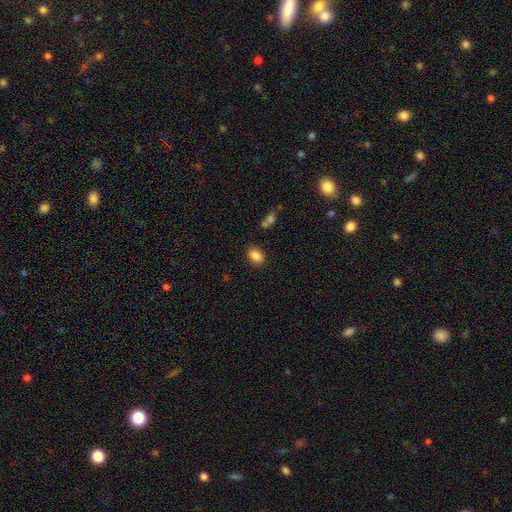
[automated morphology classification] A smooth galaxy with no disk features (86%) that is in between round and cigar-shaped (74%). Merging: none (83%).